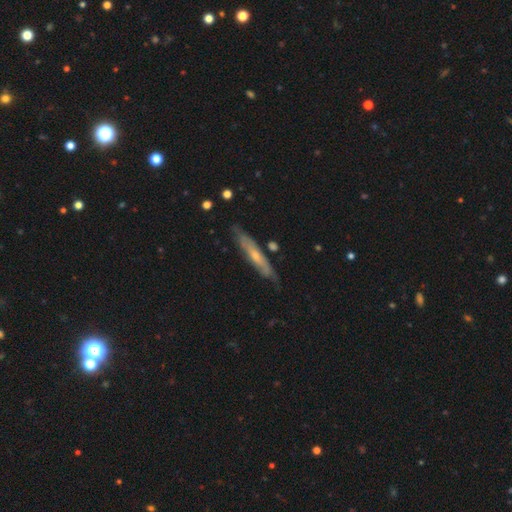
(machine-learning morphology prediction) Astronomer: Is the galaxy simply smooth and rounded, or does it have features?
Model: featured or disk — 60%.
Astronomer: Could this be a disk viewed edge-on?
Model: yes — 66%.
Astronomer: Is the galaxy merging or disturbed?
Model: none — 76%.